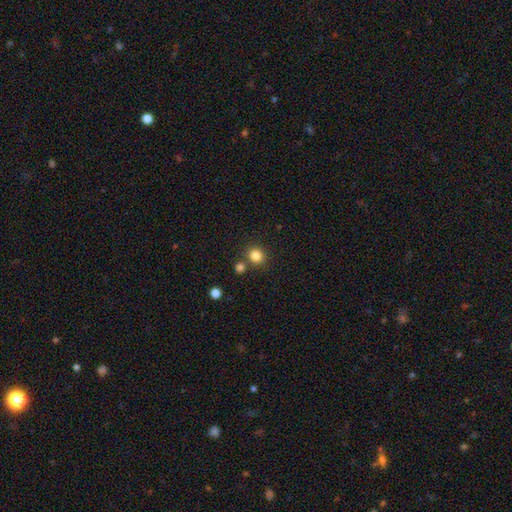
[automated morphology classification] A smooth galaxy with no disk features (83%) that is round (88%). Merging: none (78%).